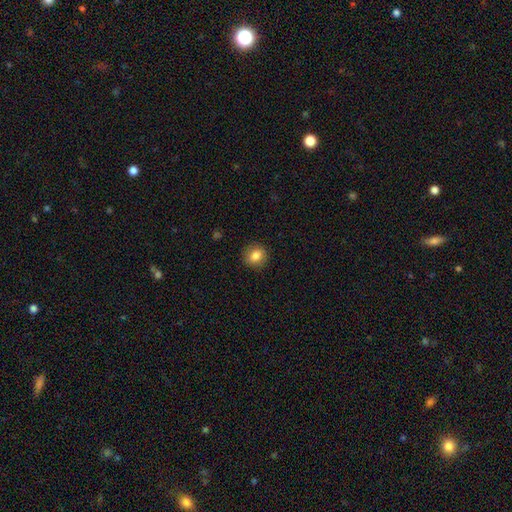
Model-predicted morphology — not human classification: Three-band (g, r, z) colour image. It shows a smooth galaxy with no disk features (83%) that is round (78%). Merging: none (89%).